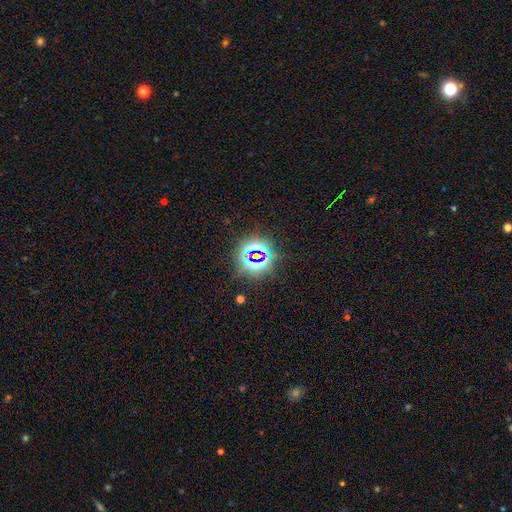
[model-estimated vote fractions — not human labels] Smooth or featured? Predicted: star or artifact (p=0.75).